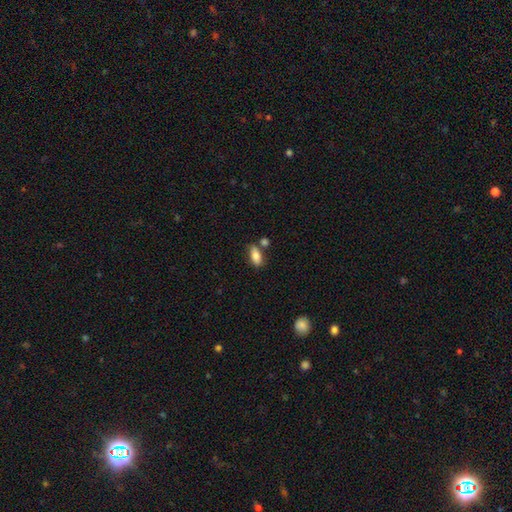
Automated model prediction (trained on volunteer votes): smooth_or_featured: smooth (p=0.81) [alt: featured or disk p=0.12]
how_rounded: in between (p=0.84) [alt: cigar-shaped p=0.13]
merging: none (p=0.67) [alt: minor disturbance p=0.15]